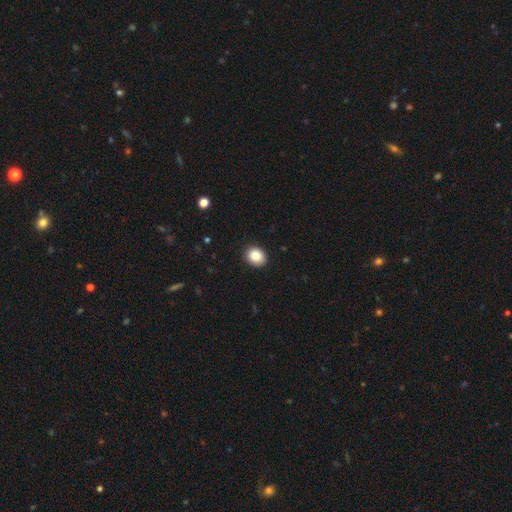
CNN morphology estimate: Q: Smooth or featured?
A: smooth (88%); runner-up: star or artifact (9%)
Q: How rounded?
A: round (63%); runner-up: in between (36%)
Q: Merging?
A: none (87%); runner-up: minor disturbance (9%)